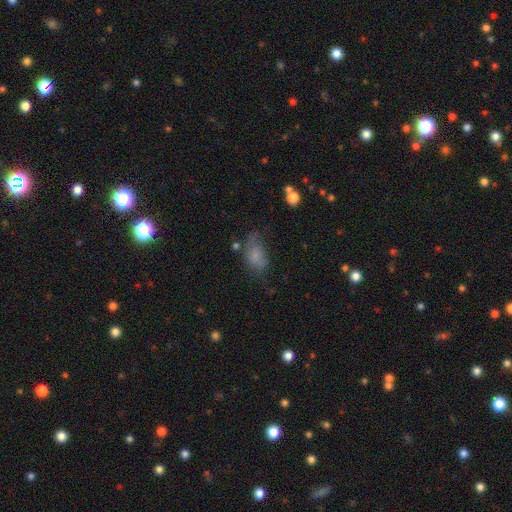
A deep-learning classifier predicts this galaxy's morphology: A smooth galaxy with no disk features (62%) that is in between round and cigar-shaped (89%).

Vote fractions:
- Smooth or featured? smooth: 62% / featured or disk: 25% / star or artifact: 13%
- How rounded? in between: 89% / round: 8% / cigar-shaped: 3%
- Merging? none: 42% / minor disturbance: 30% / major disturbance: 23% / merger: 4%